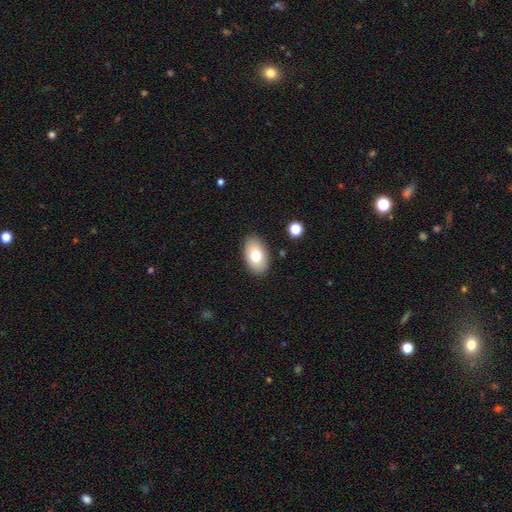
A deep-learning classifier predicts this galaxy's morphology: Smooth or featured? smooth (76%)
How rounded? in between (91%)
Merging? none (87%)